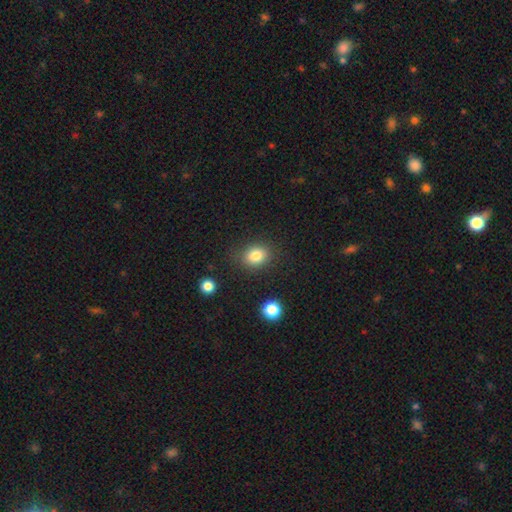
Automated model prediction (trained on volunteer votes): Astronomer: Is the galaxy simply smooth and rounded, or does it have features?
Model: smooth — 83%.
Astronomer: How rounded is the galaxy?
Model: in between — 50% (runner-up: round, 49%).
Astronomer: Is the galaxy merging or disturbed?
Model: none — 81%.